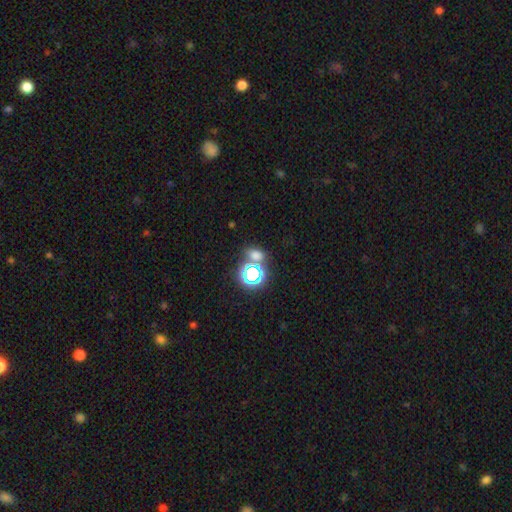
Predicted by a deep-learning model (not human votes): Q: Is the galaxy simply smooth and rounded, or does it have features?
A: smooth — 62%.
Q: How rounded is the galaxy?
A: in between — 56%.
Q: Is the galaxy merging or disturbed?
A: none — 66%.